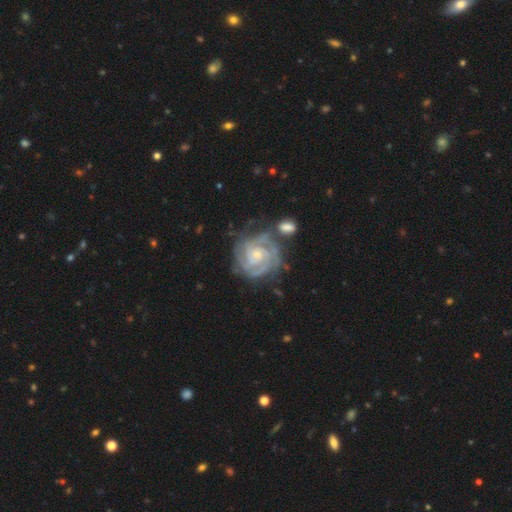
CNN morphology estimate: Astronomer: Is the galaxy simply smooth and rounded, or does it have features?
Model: featured or disk — 87%.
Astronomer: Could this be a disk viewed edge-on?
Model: no — 97%.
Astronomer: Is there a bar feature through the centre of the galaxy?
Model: no — 65%.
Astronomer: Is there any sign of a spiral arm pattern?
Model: yes — 97%.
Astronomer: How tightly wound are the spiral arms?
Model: tight — 78%.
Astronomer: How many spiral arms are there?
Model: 3 — 26%, tied with 2 at 26%.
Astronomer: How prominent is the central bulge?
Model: small — 54% (runner-up: moderate, 39%).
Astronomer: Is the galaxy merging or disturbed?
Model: none — 61%.